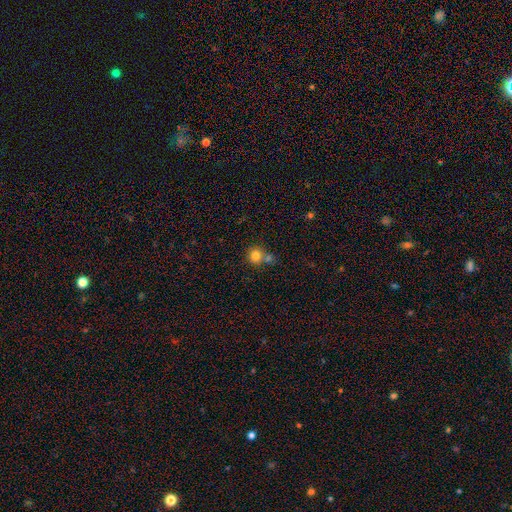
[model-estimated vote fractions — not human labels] Smooth or featured? smooth (80%)
How rounded? round (89%)
Merging? none (56%)